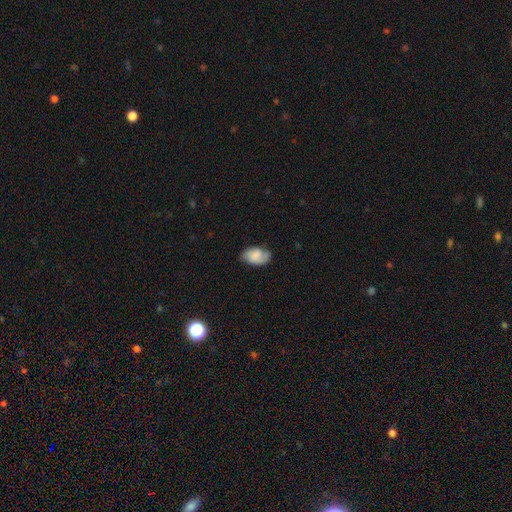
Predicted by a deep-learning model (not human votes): Smooth or featured? smooth (67%)
How rounded? in between (91%)
Merging? none (60%)